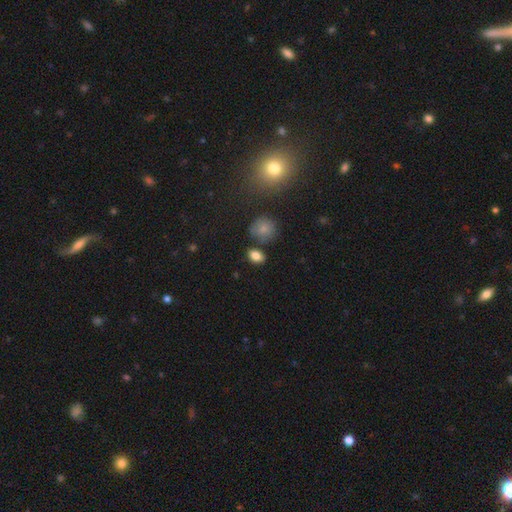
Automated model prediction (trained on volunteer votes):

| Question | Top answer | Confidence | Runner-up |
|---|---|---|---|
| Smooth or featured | smooth | 83% | star or artifact (10%) |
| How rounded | in between | 79% | round (19%) |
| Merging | none | 74% | minor disturbance (13%) |